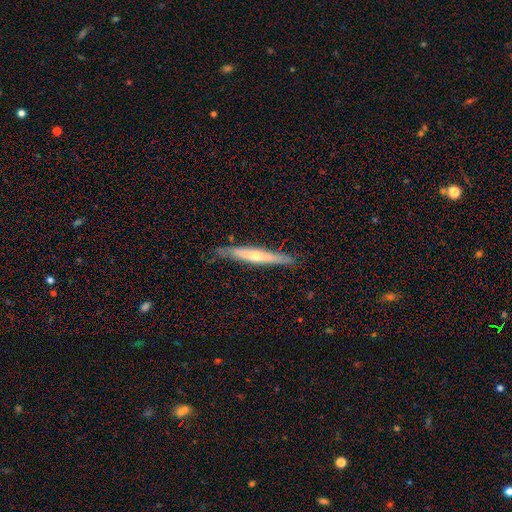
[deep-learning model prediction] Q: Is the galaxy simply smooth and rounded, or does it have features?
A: featured or disk — 58%.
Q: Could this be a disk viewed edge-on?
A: yes — 93%.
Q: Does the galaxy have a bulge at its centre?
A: rounded — 71%.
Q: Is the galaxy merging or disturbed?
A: none — 83%.